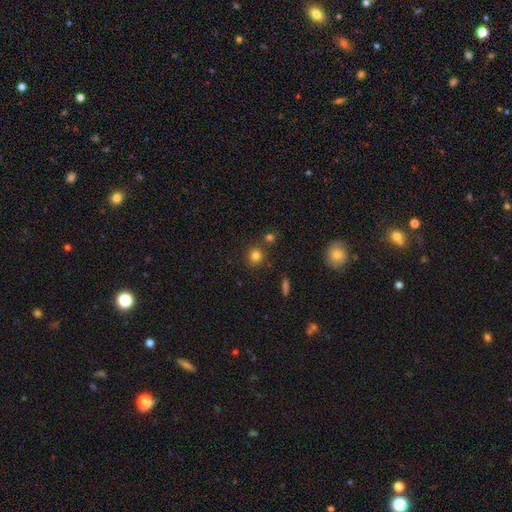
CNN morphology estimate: A smooth galaxy with no disk features (80%) that is round (87%).

Vote fractions:
- Smooth or featured? smooth: 80% / star or artifact: 14% / featured or disk: 6%
- How rounded? round: 87% / in between: 12% / cigar-shaped: 1%
- Merging? none: 80% / merger: 9% / minor disturbance: 8% / major disturbance: 3%